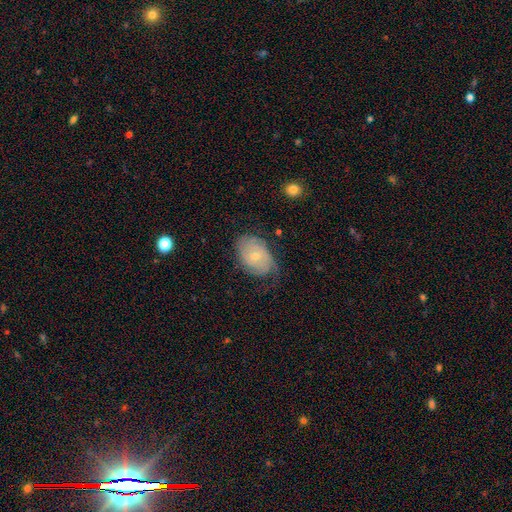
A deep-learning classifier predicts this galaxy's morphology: A featured or disk galaxy (57%) with no bar (78%), spiral arms (80%) and a small central bulge (62%). Merging: none (53%).